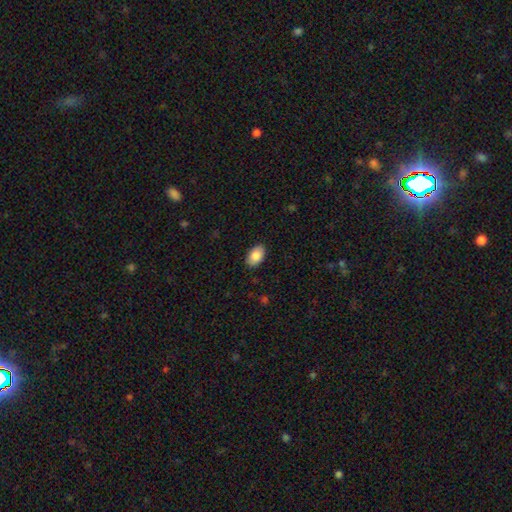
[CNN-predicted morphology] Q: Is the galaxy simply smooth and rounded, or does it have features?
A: smooth — 87%.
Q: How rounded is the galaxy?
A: in between — 93%.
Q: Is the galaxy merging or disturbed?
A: none — 89%.